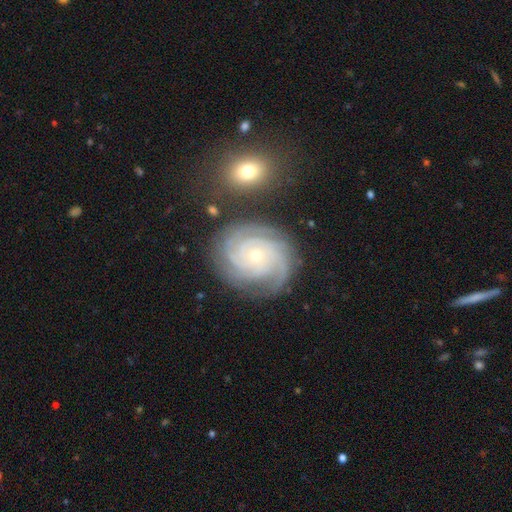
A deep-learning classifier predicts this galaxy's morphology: smooth_or_featured: featured or disk (p=0.89) [alt: star or artifact p=0.05]
disk_edge_on: no (p=0.98) [alt: yes p=0.02]
bar: no (p=0.78) [alt: weak p=0.17]
has_spiral_arms: yes (p=0.98) [alt: no p=0.02]
spiral_winding: tight (p=0.80) [alt: medium p=0.18]
spiral_arm_count: 3 (p=0.33) [alt: 4 p=0.29]
bulge_size: small (p=0.71) [alt: moderate p=0.26]
merging: none (p=0.78) [alt: minor disturbance p=0.14]